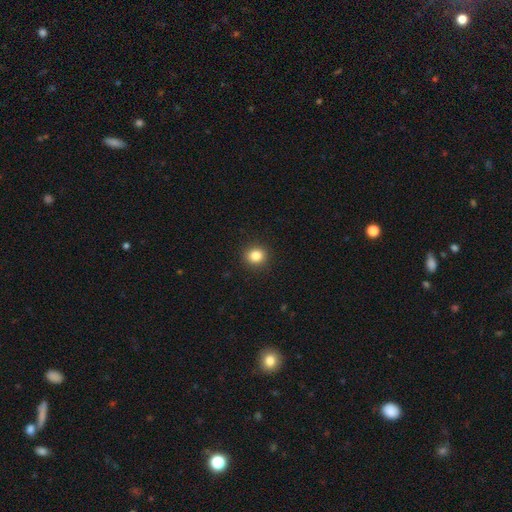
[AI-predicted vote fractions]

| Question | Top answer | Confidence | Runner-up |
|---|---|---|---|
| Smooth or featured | smooth | 84% | star or artifact (11%) |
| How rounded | round | 83% | in between (16%) |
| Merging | none | 92% | minor disturbance (6%) |